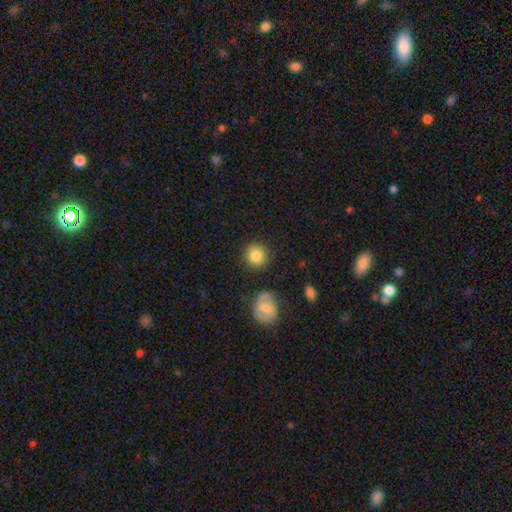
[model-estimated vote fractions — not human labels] smooth_or_featured: smooth (p=0.85) [alt: star or artifact p=0.08]
how_rounded: round (p=0.89) [alt: in between p=0.10]
merging: none (p=0.86) [alt: minor disturbance p=0.09]